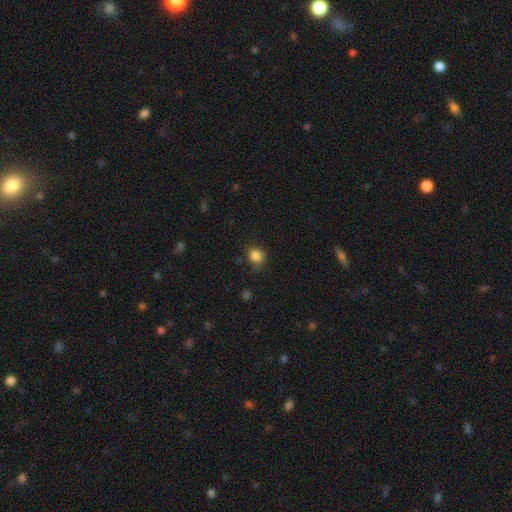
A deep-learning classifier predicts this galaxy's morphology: A smooth galaxy with no disk features (84%) that is round (80%). Merging: none (77%).